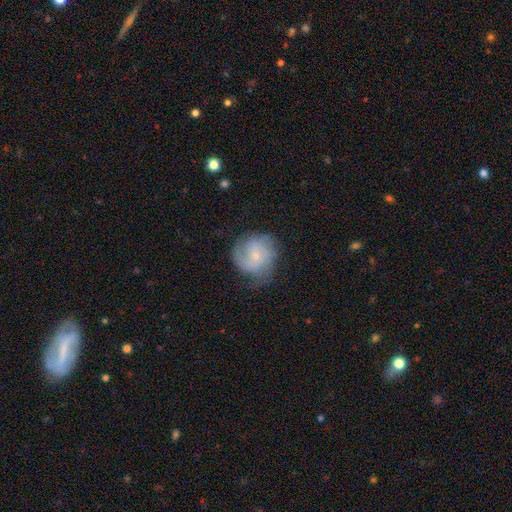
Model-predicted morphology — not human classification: A featured or disk galaxy (53%) with no bar (72%), spiral arms (81%) and a small central bulge (71%). Merging: none (58%).